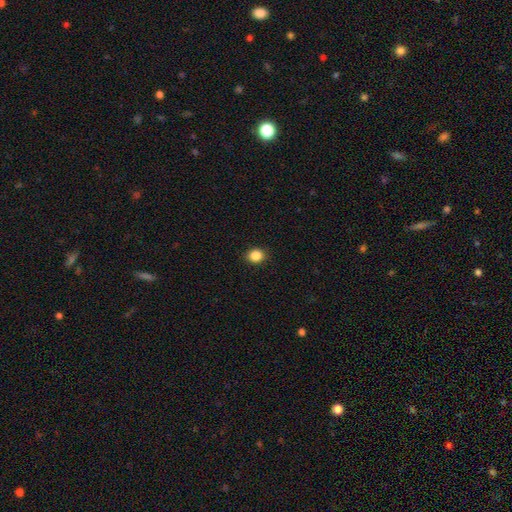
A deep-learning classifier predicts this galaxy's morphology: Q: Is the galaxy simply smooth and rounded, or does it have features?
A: smooth — 86%.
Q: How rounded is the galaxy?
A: round — 62%.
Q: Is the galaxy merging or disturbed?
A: none — 90%.